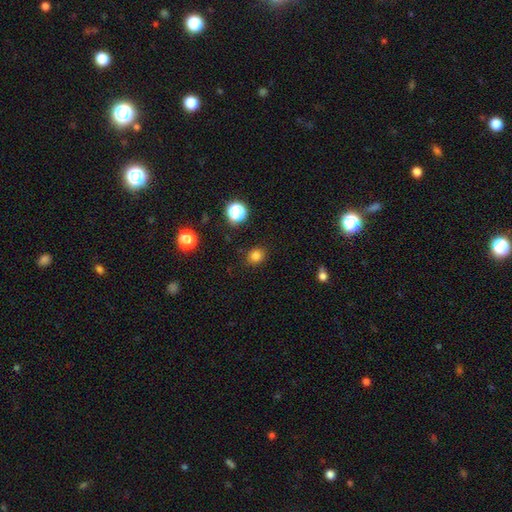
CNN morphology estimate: type=smooth (80%); roundness=round (75%); merging=none (87%).